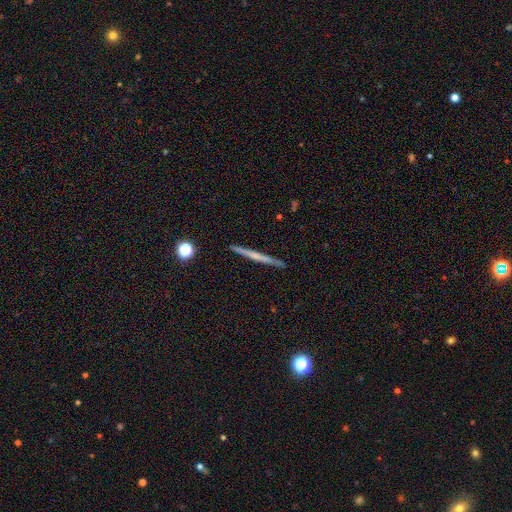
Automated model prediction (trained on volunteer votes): Overall: featured or disk (55%; smooth 37%). Edge-on disk: yes (98%). Edge-on bulge: none (71%). Merging: none (92%).